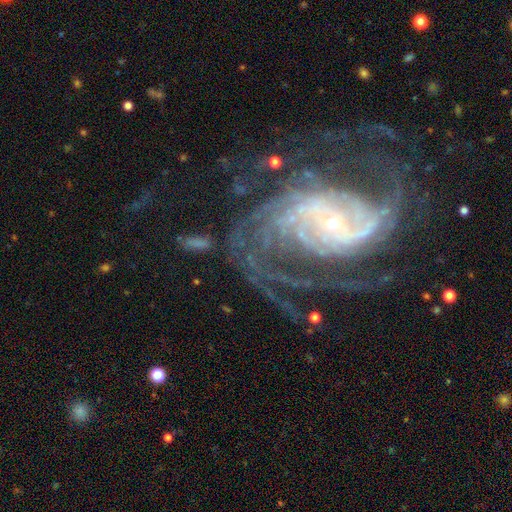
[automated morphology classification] Overall: featured or disk (90%). Edge-on disk: no (97%). Bar: no (47%; weak 30%). Spiral arms: yes (98%). Spiral arm count: 2 (42%; 3 17%). Spiral winding: medium (44%; tight 43%). Bulge size: small (74%). Merging: none (62%).